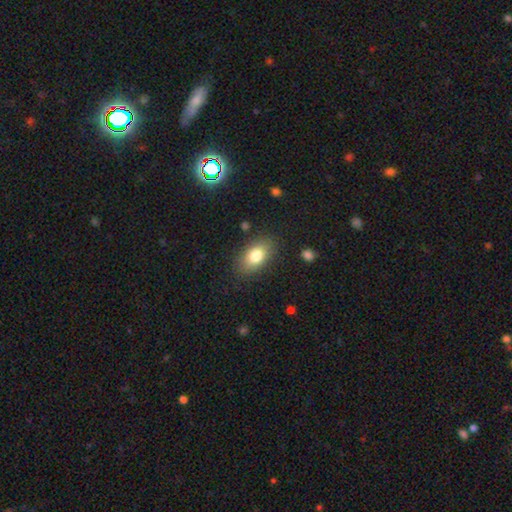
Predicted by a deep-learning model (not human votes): This is clearly a smooth galaxy (81%). How rounded: clearly in between (89%). Merging: clearly none (84%).